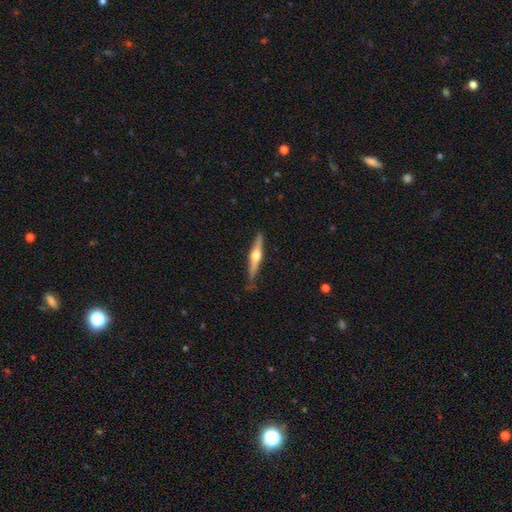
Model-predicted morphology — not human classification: smooth-or-featured: featured or disk: 69% | smooth: 26% | star or artifact: 5%
  disk-edge-on: yes: 97% | no: 3%
    edge-on-bulge: rounded: 94% | boxy: 3% | none: 3%
  merging: none: 81% | minor disturbance: 15% | major disturbance: 2% | merger: 1%